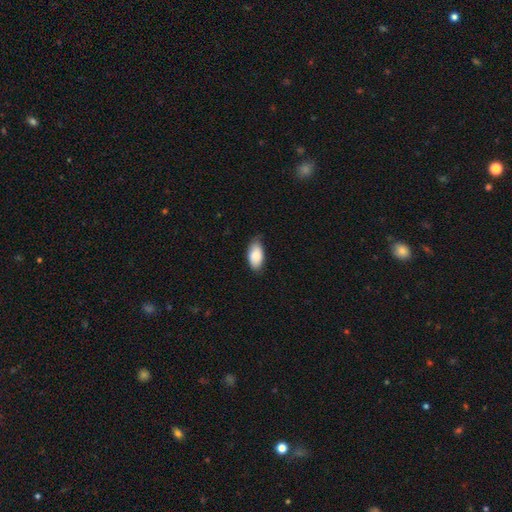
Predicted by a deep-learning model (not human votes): The model was most divided on "merging": none: 67%, minor disturbance: 28%, major disturbance: 4%, merger: 1%. More confident: how rounded — in between (94%); smooth or featured — smooth (87%).